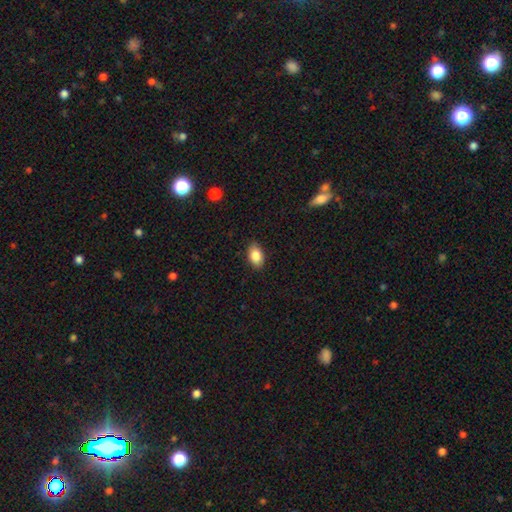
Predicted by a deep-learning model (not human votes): Smooth or featured?
  - smooth: 85% *
  - star or artifact: 8%
  - featured or disk: 7%
How rounded?
  - in between: 89% *
  - round: 9%
  - cigar-shaped: 2%
Merging?
  - none: 88% *
  - minor disturbance: 9%
  - major disturbance: 2%
  - merger: 1%